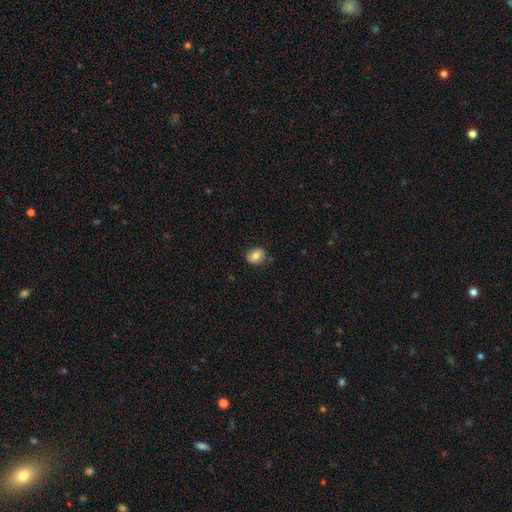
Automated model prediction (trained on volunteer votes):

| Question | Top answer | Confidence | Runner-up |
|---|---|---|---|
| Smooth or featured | smooth | 79% | featured or disk (12%) |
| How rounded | round | 64% | in between (35%) |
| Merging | none | 83% | minor disturbance (13%) |